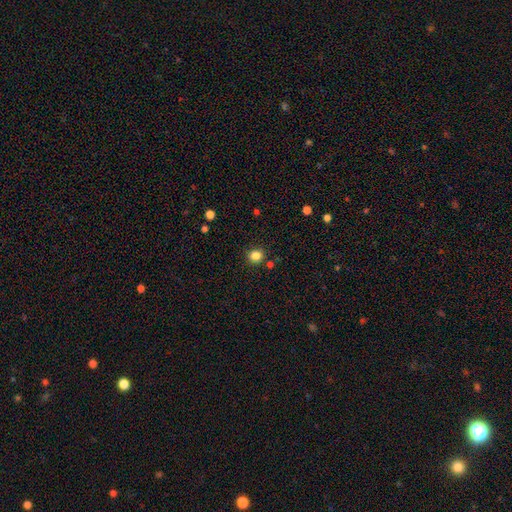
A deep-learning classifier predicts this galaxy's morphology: This appears to be a smooth galaxy with no disk features (83%) that is round (80%). Merging: none (86%).